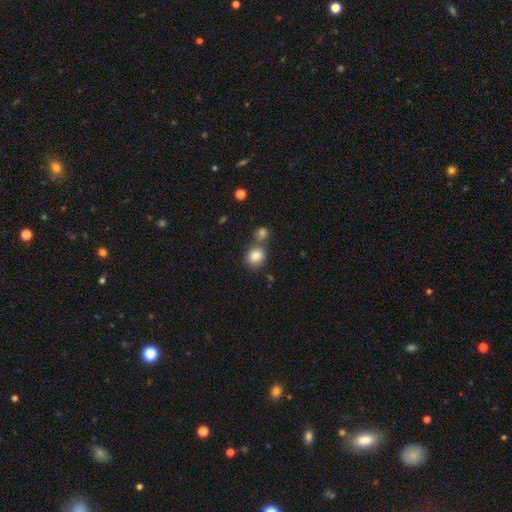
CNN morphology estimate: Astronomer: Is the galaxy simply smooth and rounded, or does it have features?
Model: smooth — 85%.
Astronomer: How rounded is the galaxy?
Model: round — 75%.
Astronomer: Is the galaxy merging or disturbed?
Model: none — 58%.